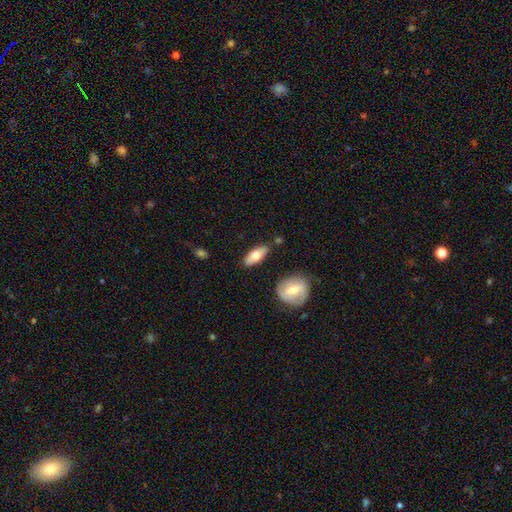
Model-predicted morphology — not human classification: smooth-or-featured: smooth: 68% | featured or disk: 26% | star or artifact: 6%
  how-rounded: in between: 75% | cigar-shaped: 22% | round: 3%
  merging: none: 82% | minor disturbance: 12% | merger: 4% | major disturbance: 2%